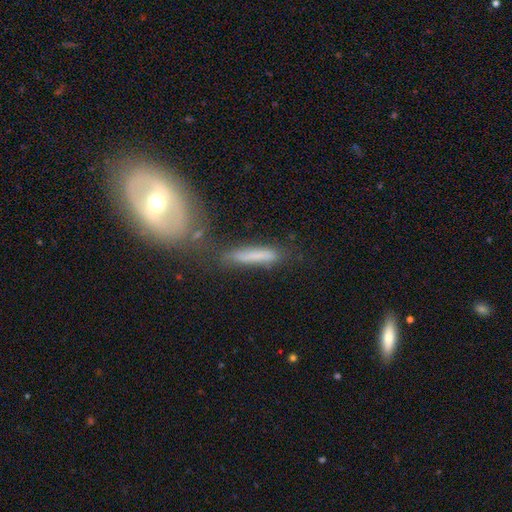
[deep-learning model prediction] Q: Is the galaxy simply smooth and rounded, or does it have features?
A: smooth — 66%.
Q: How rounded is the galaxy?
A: cigar-shaped — 88%.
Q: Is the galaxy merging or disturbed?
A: none — 60%.